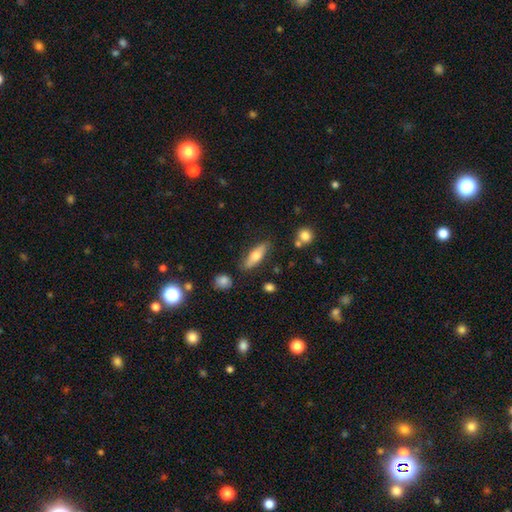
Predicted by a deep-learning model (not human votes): Overall: smooth (63%; featured or disk 30%). How rounded: in between (55%; cigar-shaped 42%). Merging: none (79%).